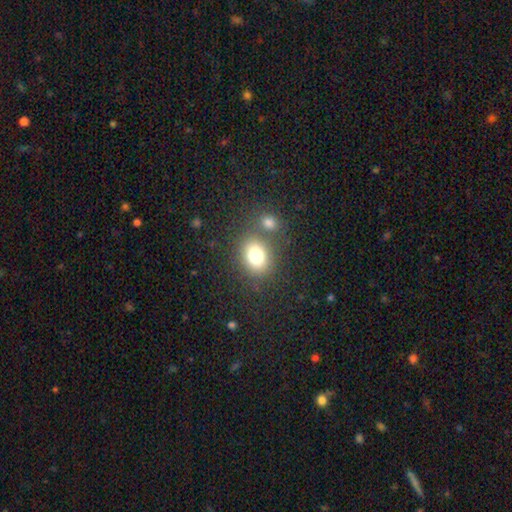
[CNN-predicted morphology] Smooth or featured: smooth — 78% (star or artifact — 12%)
How rounded: round — 54% (in between — 45%)
Merging: none — 67% (merger — 18%)